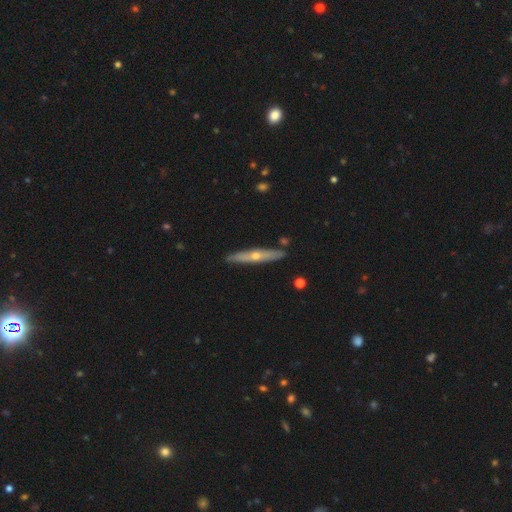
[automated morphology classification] This appears to be a featured or disk galaxy (62%) viewed edge-on (90%) with a rounded central bulge (83%). Merging: none (88%).